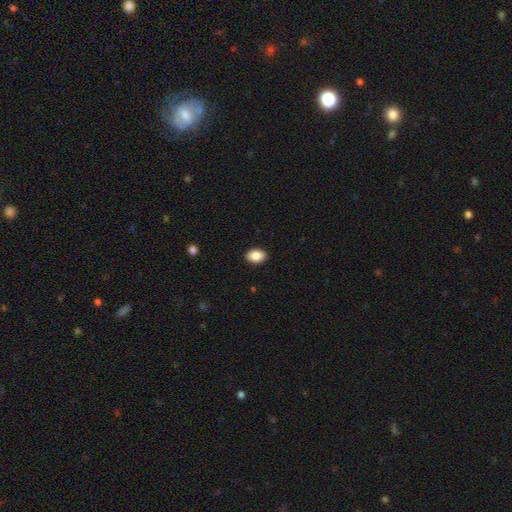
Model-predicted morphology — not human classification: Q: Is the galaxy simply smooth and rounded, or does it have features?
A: smooth — 88%.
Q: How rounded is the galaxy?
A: in between — 81%.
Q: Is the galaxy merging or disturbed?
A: none — 90%.